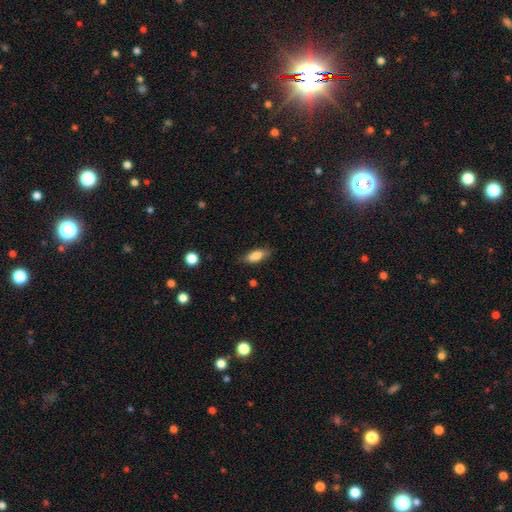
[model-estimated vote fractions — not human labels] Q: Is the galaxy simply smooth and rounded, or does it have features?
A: smooth — 80%.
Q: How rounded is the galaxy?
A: in between — 77%.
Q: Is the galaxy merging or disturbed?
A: none — 79%.